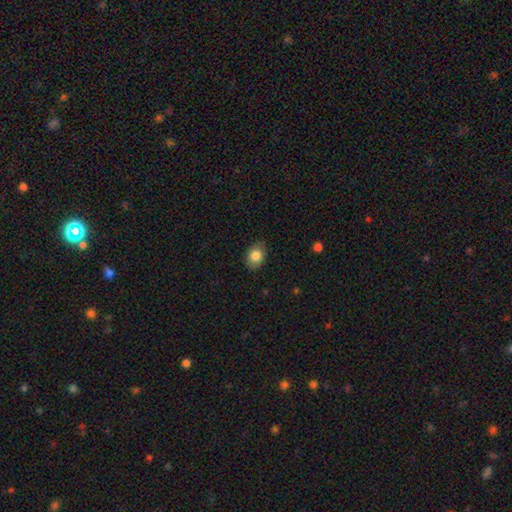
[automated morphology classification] Overall: smooth (84%). How rounded: in between (70%). Merging: none (85%).